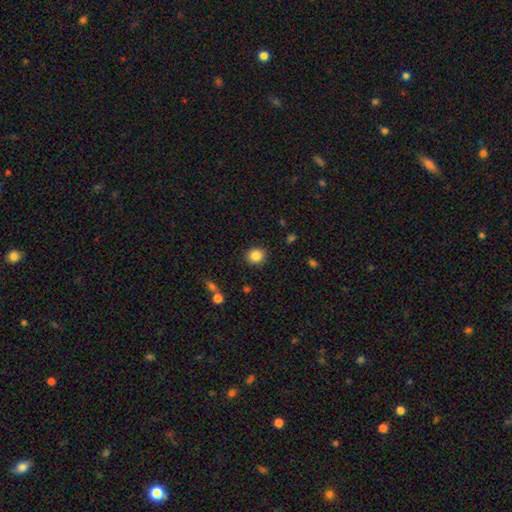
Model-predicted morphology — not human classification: Smooth or featured?
  - smooth: 86% *
  - star or artifact: 10%
  - featured or disk: 5%
How rounded?
  - round: 83% *
  - in between: 16%
  - cigar-shaped: 1%
Merging?
  - none: 89% *
  - minor disturbance: 7%
  - major disturbance: 2%
  - merger: 1%